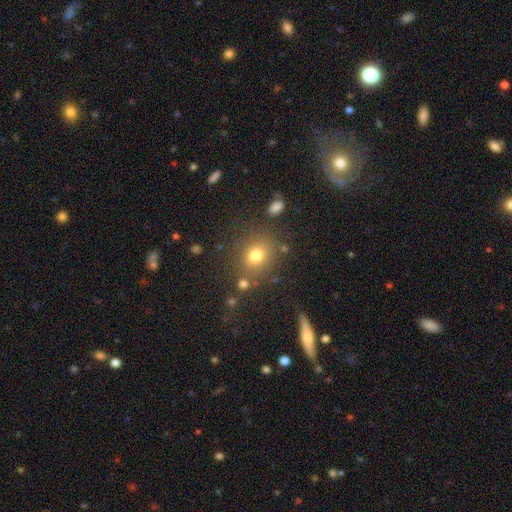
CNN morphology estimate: A smooth galaxy with no disk features (76%) that is round (67%). Merging: none (78%).